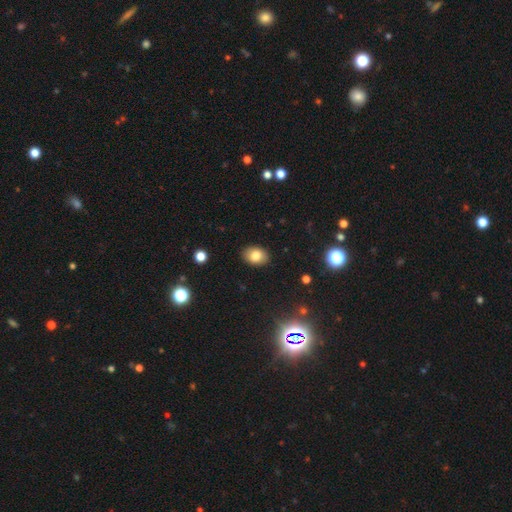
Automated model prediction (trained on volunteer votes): A smooth galaxy with no disk features (81%) that is in between round and cigar-shaped (76%). Merging: none (88%).